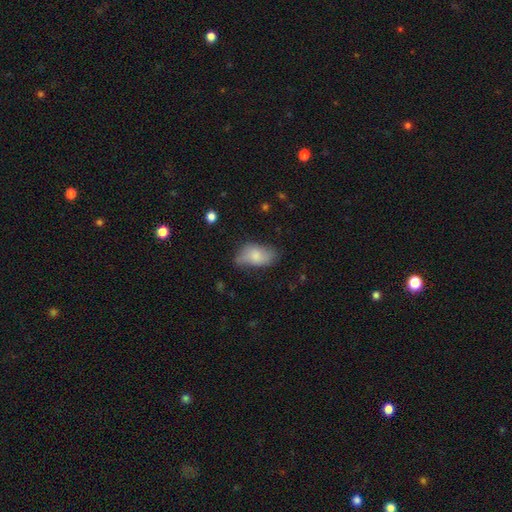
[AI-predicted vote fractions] A smooth galaxy with no disk features (70%) that is in between round and cigar-shaped (92%).

Vote fractions:
- Smooth or featured? smooth: 70% / featured or disk: 23% / star or artifact: 7%
- How rounded? in between: 92% / round: 5% / cigar-shaped: 3%
- Merging? none: 52% / minor disturbance: 35% / major disturbance: 11% / merger: 2%